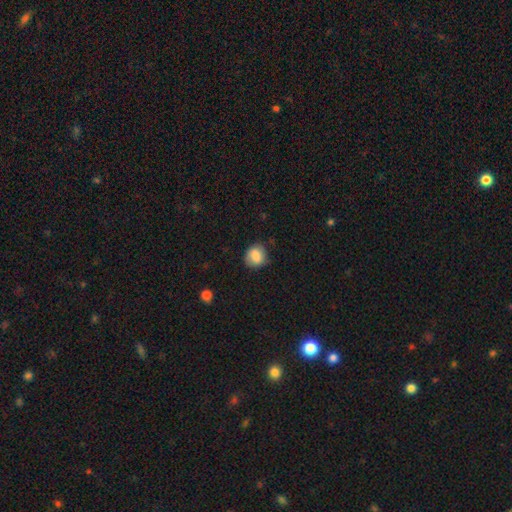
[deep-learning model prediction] A smooth galaxy with no disk features (78%) that is round (70%). Merging: none (71%).